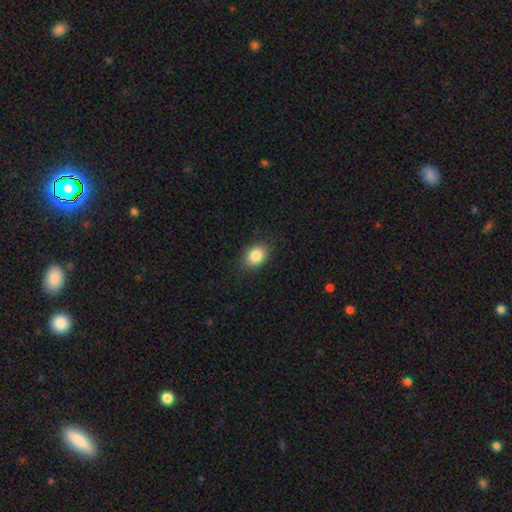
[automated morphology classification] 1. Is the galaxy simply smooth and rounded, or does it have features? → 86% smooth, 8% star or artifact, 5% featured or disk.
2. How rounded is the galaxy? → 65% in between, 34% round, 1% cigar-shaped.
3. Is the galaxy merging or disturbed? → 86% none, 11% minor disturbance, 3% major disturbance, 1% merger.